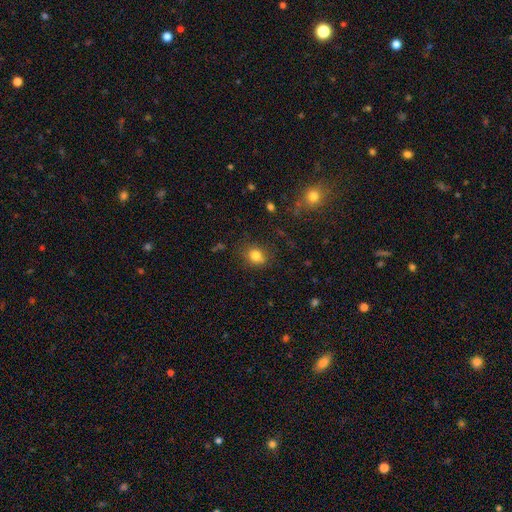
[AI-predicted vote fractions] Q: Smooth or featured?
A: smooth (81%); runner-up: star or artifact (12%)
Q: How rounded?
A: round (56%); runner-up: in between (43%)
Q: Merging?
A: none (80%); runner-up: minor disturbance (14%)